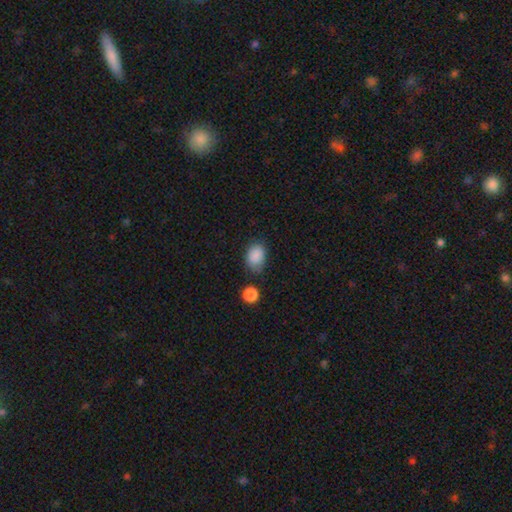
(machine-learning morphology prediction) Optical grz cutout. It shows a smooth galaxy with no disk features (87%) that is in between round and cigar-shaped (72%). Merging: none (71%).